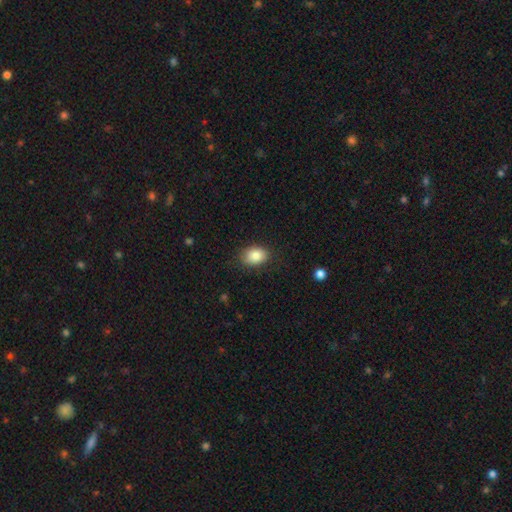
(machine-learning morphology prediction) smooth_or_featured: smooth (p=0.85) [alt: star or artifact p=0.08]
how_rounded: in between (p=0.77) [alt: round p=0.22]
merging: none (p=0.80) [alt: minor disturbance p=0.15]